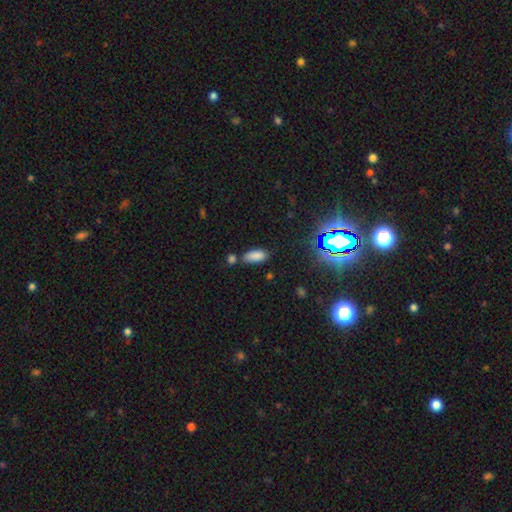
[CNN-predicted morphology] A smooth galaxy with no disk features (80%) that is in between round and cigar-shaped (86%).

Vote fractions:
- Smooth or featured? smooth: 80% / star or artifact: 14% / featured or disk: 5%
- How rounded? in between: 86% / cigar-shaped: 12% / round: 3%
- Merging? none: 67% / minor disturbance: 15% / merger: 14% / major disturbance: 4%